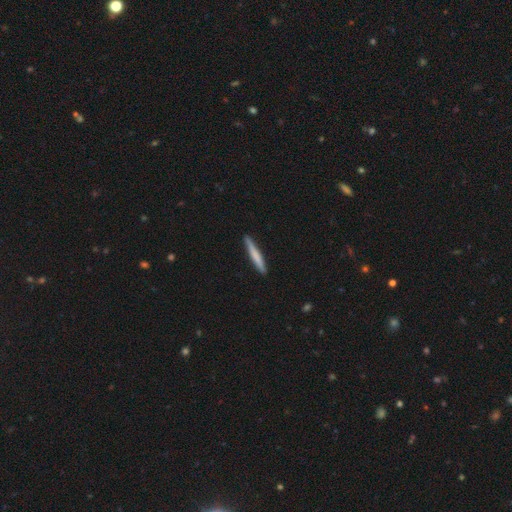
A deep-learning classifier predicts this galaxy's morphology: This appears to be a smooth galaxy with no disk features (67%) that is cigar-shaped (96%). Merging: none (90%).